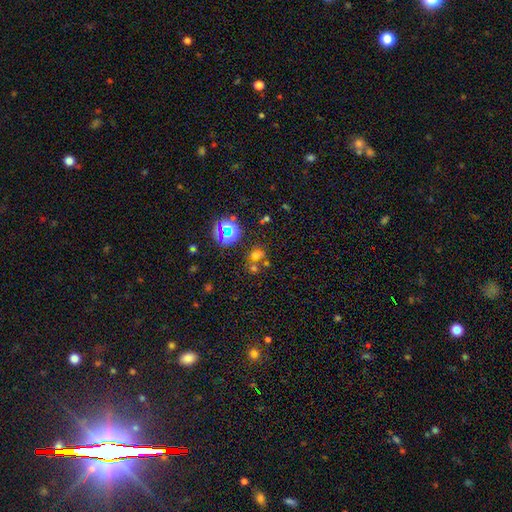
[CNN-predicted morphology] The model was most divided on "smooth or featured": smooth: 45%, star or artifact: 42%, featured or disk: 13%. Remaining: merging — none (47%).